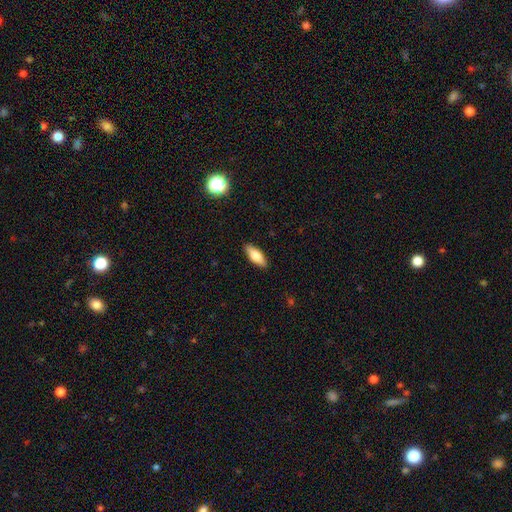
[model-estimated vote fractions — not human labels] smooth-or-featured: smooth: 70% | featured or disk: 23% | star or artifact: 7%
  how-rounded: in between: 67% | cigar-shaped: 31% | round: 2%
  merging: none: 89% | minor disturbance: 8% | major disturbance: 2% | merger: 1%